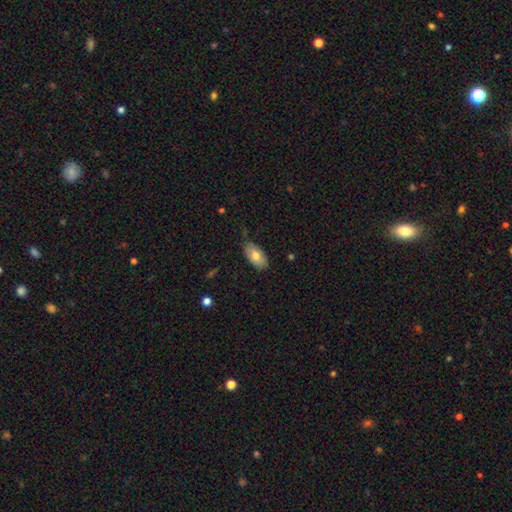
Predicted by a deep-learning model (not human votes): smooth_or_featured: smooth (p=0.74) [alt: featured or disk p=0.20]
how_rounded: in between (p=0.94) [alt: round p=0.03]
merging: none (p=0.78) [alt: minor disturbance p=0.18]